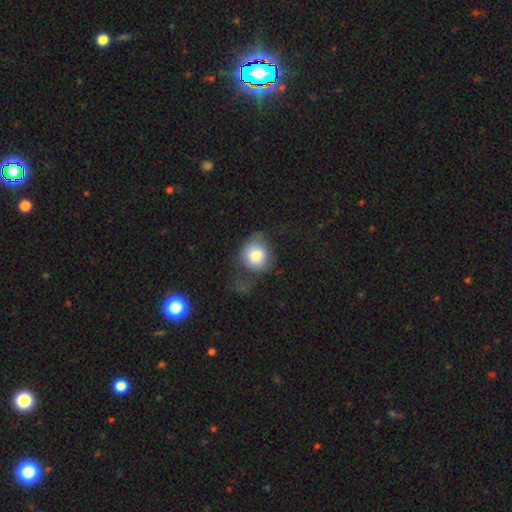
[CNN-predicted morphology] This is likely a smooth galaxy (77%). How rounded: likely round (67%). Merging: marginally none (35%).